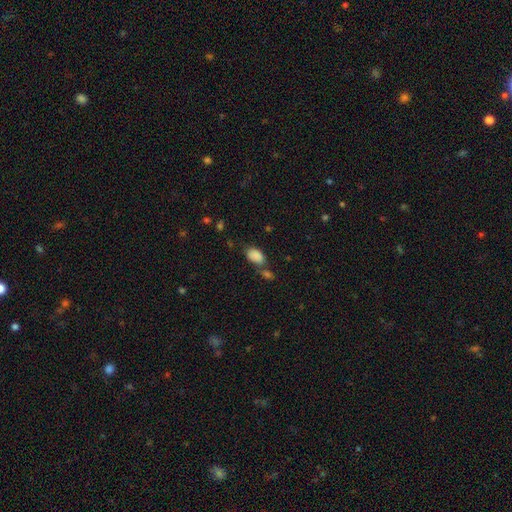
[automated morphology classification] A smooth galaxy with no disk features (86%) that is in between round and cigar-shaped (92%). Merging: none (52%).